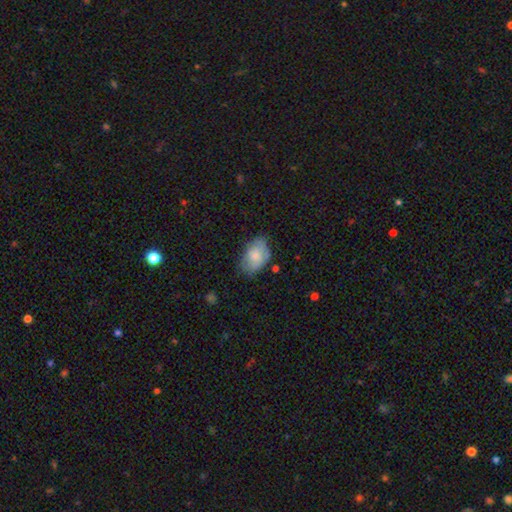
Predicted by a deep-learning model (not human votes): Smooth or featured? smooth (69%)
How rounded? in between (88%)
Merging? none (57%)